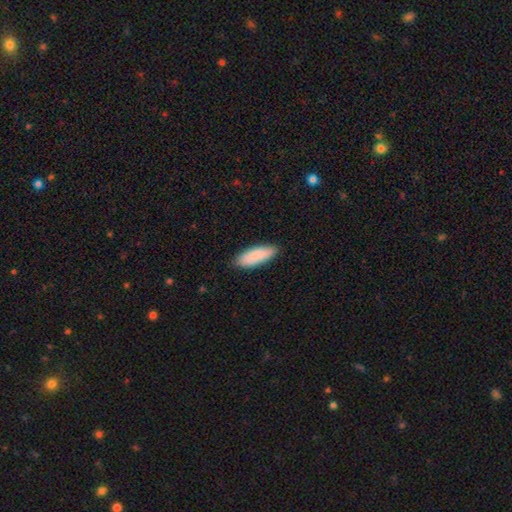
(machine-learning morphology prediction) Smooth or featured?
  - smooth: 87% *
  - featured or disk: 7%
  - star or artifact: 6%
How rounded?
  - in between: 70% *
  - cigar-shaped: 29%
  - round: 2%
Merging?
  - none: 85% *
  - minor disturbance: 12%
  - major disturbance: 2%
  - merger: 1%